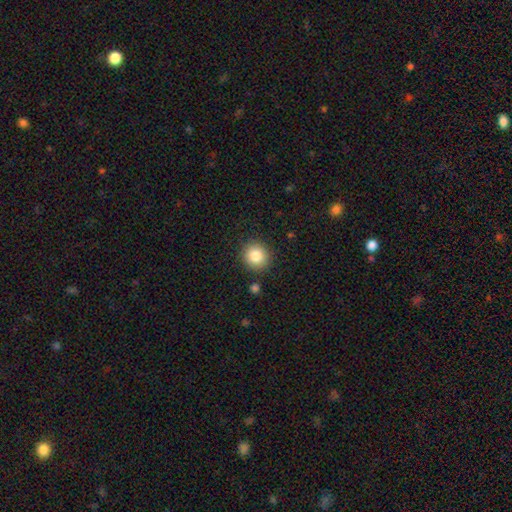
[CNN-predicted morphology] Smooth or featured? Predicted: smooth (p=0.84). How rounded? Predicted: round (p=0.91). Merging? Predicted: none (p=0.89).